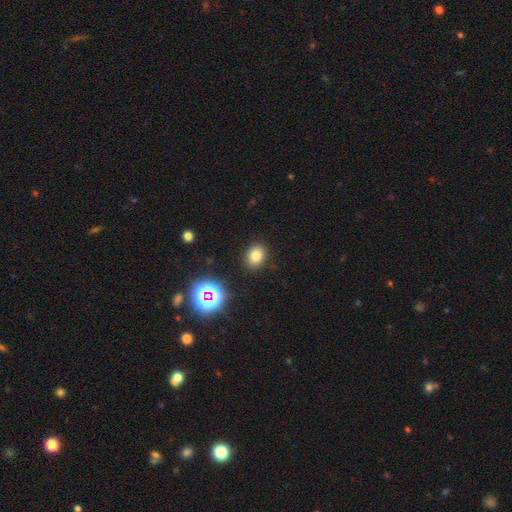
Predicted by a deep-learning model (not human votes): Smooth or featured? smooth (77%)
How rounded? in between (50%)
Merging? none (89%)